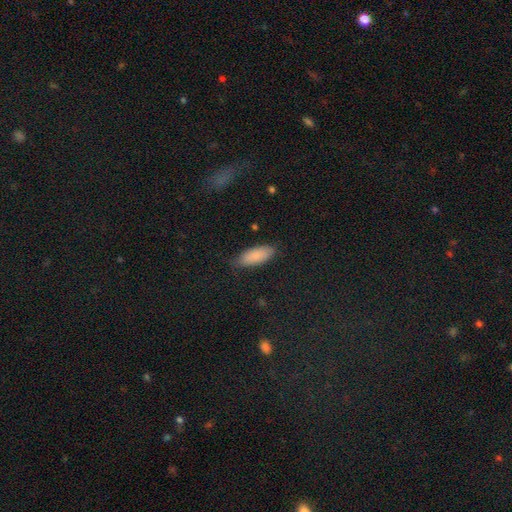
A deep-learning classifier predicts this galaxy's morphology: Smooth or featured? Predicted: smooth (p=0.87). How rounded? Predicted: in between (p=0.74). Merging? Predicted: none (p=0.80).